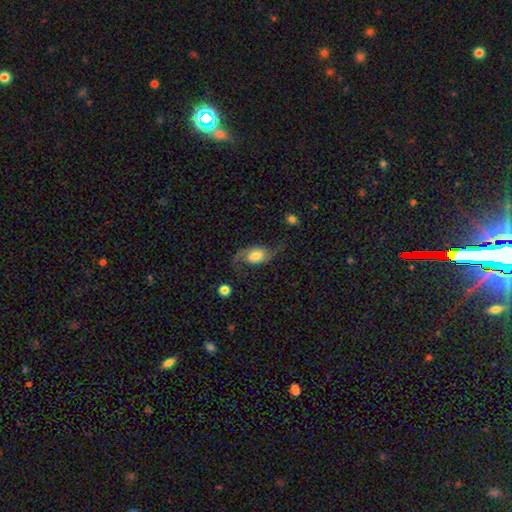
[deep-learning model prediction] Smooth or featured: featured or disk — 79% (smooth — 15%)
Edge-on disk: no — 96% (yes — 4%)
Bar: no — 58% (weak — 33%)
Spiral arms: yes — 95% (no — 5%)
Spiral winding: loose — 72% (medium — 23%)
Spiral arm count: 2 — 92% (1 — 3%)
Bulge size: moderate — 54% (large — 20%)
Merging: none — 68% (minor disturbance — 16%)